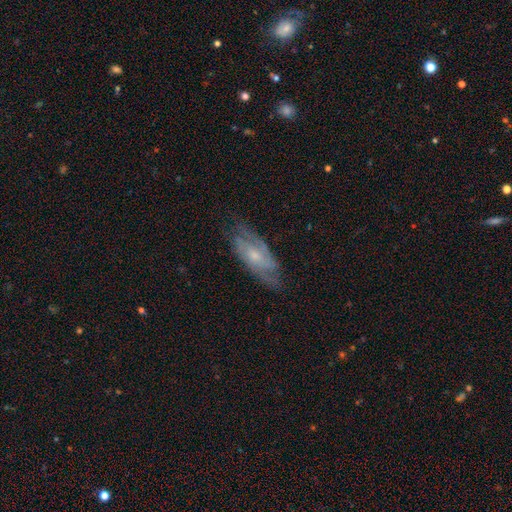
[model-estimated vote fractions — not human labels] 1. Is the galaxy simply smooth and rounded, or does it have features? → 77% featured or disk, 17% smooth, 6% star or artifact.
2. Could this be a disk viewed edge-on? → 90% no, 10% yes.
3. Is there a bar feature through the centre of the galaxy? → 59% no, 35% weak, 6% strong.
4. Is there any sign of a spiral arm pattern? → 93% yes, 7% no.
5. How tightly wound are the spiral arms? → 44% tight, 43% medium, 13% loose.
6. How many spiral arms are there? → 50% 2, 26% can't tell, 14% 3, 4% 4, 3% 1, 3% more than 4.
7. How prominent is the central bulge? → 55% small, 37% moderate, 5% none, 2% large, 1% dominant.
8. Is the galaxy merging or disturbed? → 72% none, 20% minor disturbance, 7% major disturbance, 1% merger.